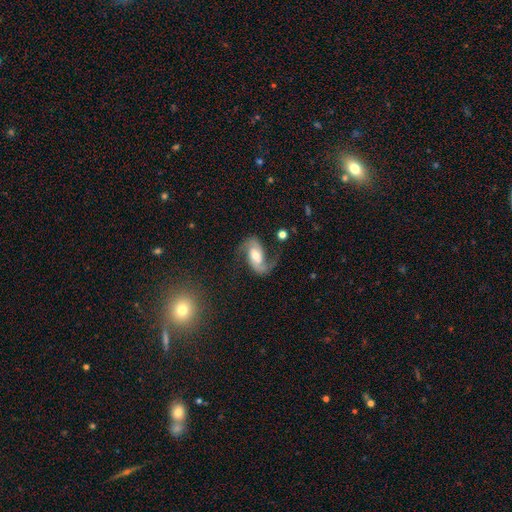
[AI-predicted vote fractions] Overall: featured or disk (86%). Edge-on disk: no (97%). Bar: weak (40%; no 36%). Spiral arms: yes (96%). Spiral arm count: 2 (91%). Spiral winding: loose (50%; medium 39%). Bulge size: moderate (65%). Merging: none (67%).